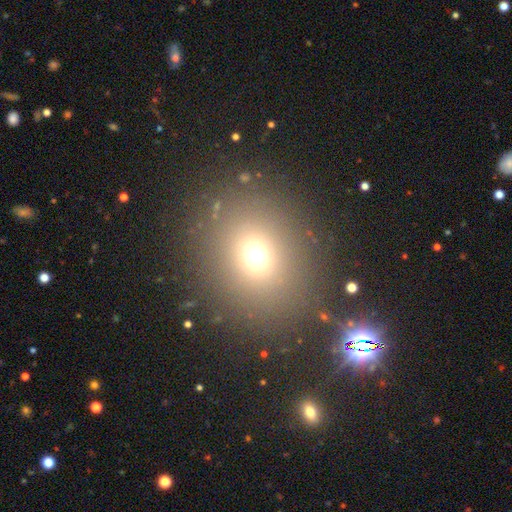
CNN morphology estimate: smooth-or-featured: smooth: 67% | star or artifact: 24% | featured or disk: 9%
  how-rounded: round: 72% | in between: 27% | cigar-shaped: 1%
  merging: none: 83% | minor disturbance: 8% | major disturbance: 5% | merger: 4%